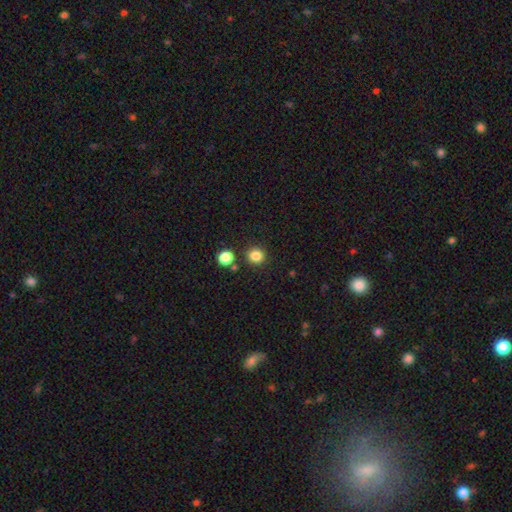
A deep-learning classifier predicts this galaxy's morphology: smooth_or_featured: smooth (p=0.84) [alt: star or artifact p=0.12]
how_rounded: round (p=0.90) [alt: in between p=0.09]
merging: none (p=0.86) [alt: minor disturbance p=0.07]